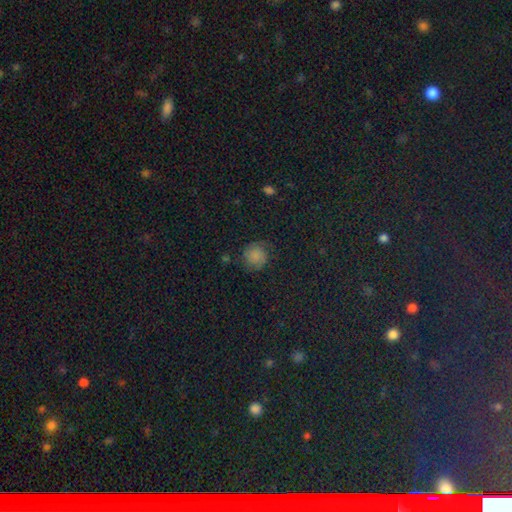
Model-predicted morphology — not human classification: A smooth galaxy with no disk features (72%) that is round (89%).

Vote fractions:
- Smooth or featured? smooth: 72% / featured or disk: 14% / star or artifact: 14%
- How rounded? round: 89% / in between: 10% / cigar-shaped: 1%
- Merging? none: 72% / minor disturbance: 18% / major disturbance: 8% / merger: 2%